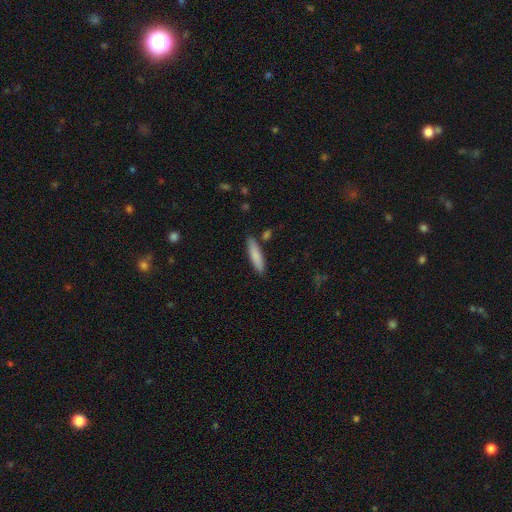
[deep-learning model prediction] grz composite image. It shows a smooth galaxy with no disk features (82%) that is cigar-shaped (81%). Merging: none (84%).